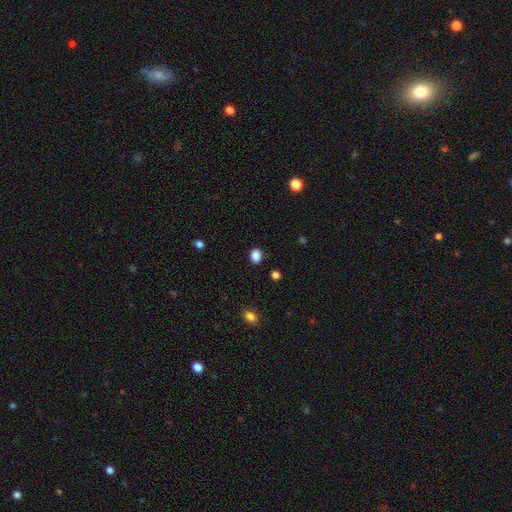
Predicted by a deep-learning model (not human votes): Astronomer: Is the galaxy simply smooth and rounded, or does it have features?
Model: smooth — 87%.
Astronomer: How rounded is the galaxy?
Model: in between — 56% (runner-up: round, 43%).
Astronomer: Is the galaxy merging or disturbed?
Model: none — 87%.